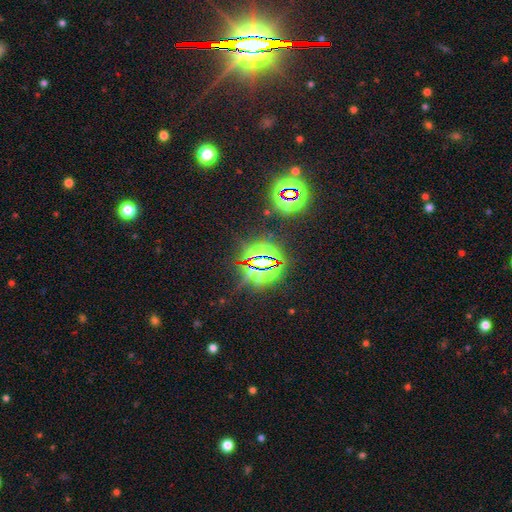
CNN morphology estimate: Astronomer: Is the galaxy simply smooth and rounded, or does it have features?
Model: star or artifact — 82%.